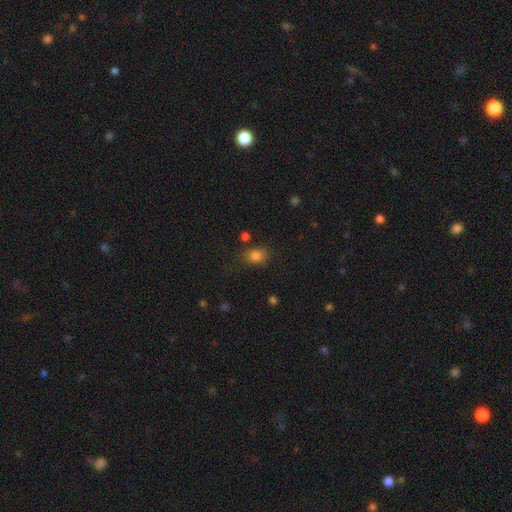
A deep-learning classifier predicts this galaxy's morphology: Overall: smooth (81%). How rounded: in between (52%; round 47%). Merging: none (71%).